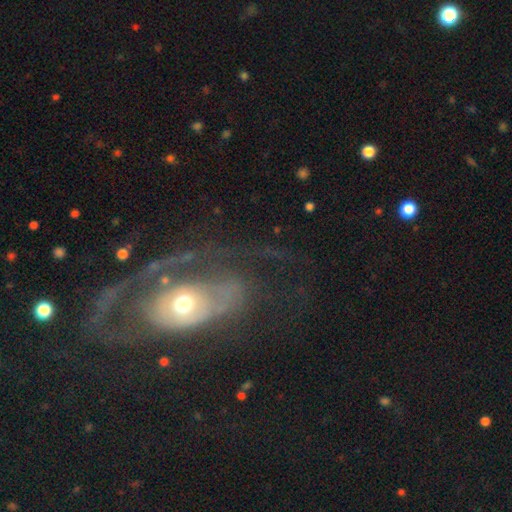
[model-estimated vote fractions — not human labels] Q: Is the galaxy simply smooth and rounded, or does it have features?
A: featured or disk — 74%.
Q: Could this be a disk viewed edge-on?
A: no — 92%.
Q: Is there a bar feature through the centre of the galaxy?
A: no — 82%.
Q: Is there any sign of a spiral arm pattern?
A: yes — 63%.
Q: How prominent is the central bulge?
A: moderate — 64%.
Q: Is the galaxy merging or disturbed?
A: none — 47%.